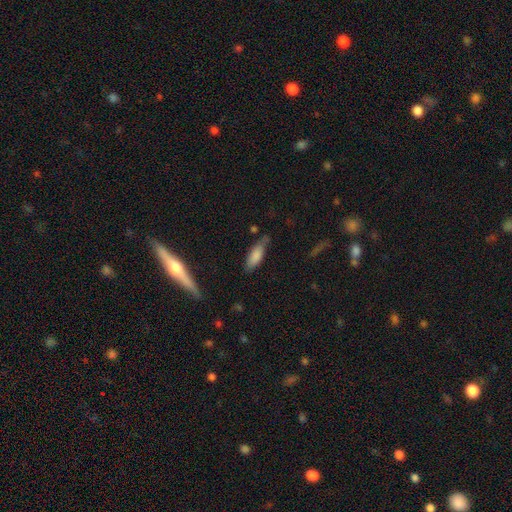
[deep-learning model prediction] smooth_or_featured: smooth (p=0.78) [alt: featured or disk p=0.15]
how_rounded: in between (p=0.59) [alt: cigar-shaped p=0.39]
merging: none (p=0.60) [alt: minor disturbance p=0.29]